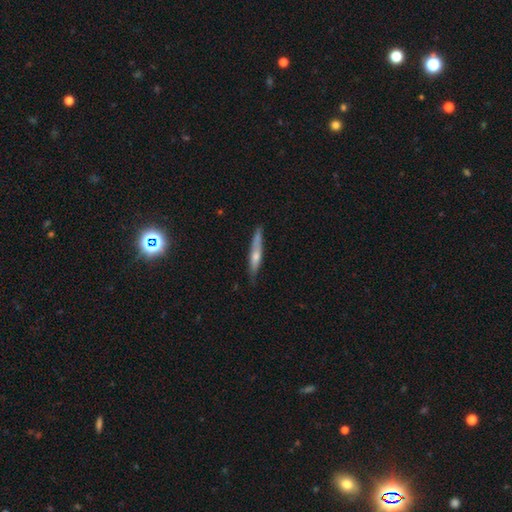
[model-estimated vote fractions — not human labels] A featured or disk galaxy (49%). Merging: none (81%).